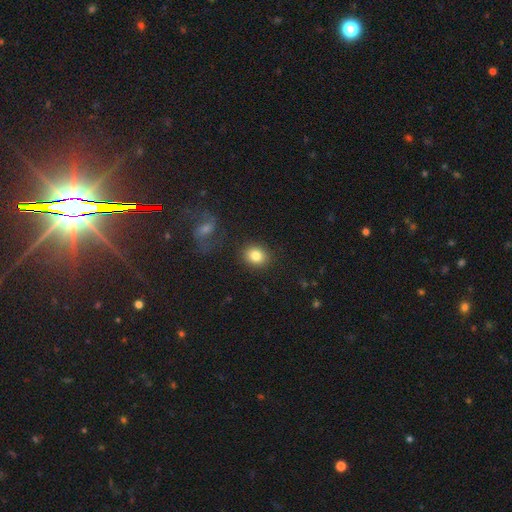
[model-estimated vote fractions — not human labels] Q: Smooth or featured?
A: smooth (84%); runner-up: star or artifact (9%)
Q: How rounded?
A: round (68%); runner-up: in between (31%)
Q: Merging?
A: none (86%); runner-up: minor disturbance (8%)